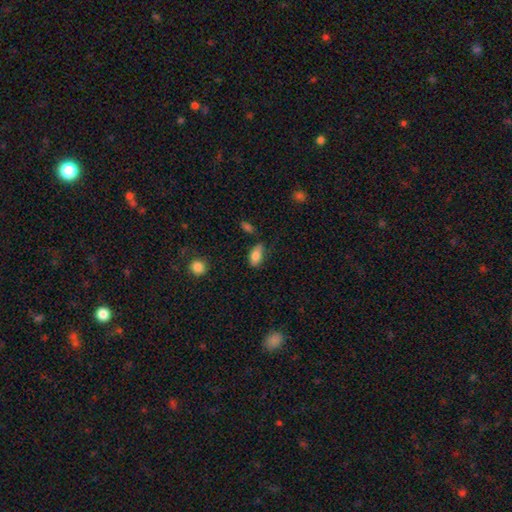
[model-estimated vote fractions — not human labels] This appears to be a smooth galaxy with no disk features (83%) that is in between round and cigar-shaped (89%). Merging: none (62%).